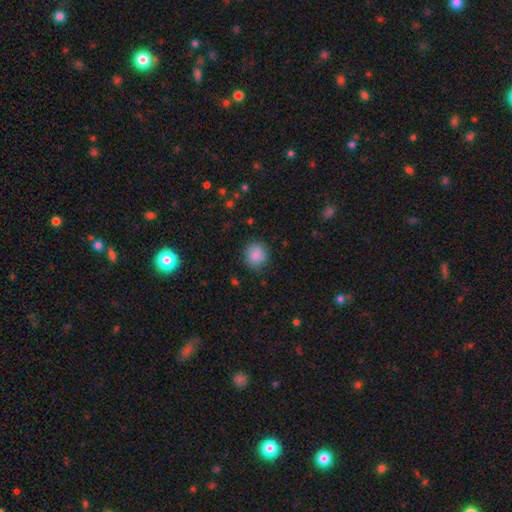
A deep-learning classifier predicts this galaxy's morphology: A smooth galaxy with no disk features (88%) that is round (84%). Merging: none (86%).